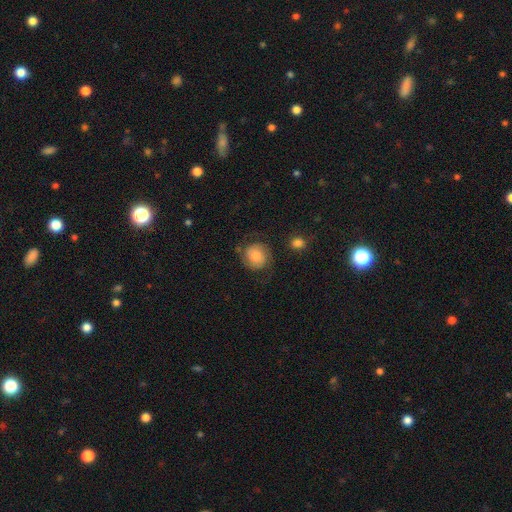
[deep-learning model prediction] Morphology: type=featured or disk (47%); merging=none (69%).